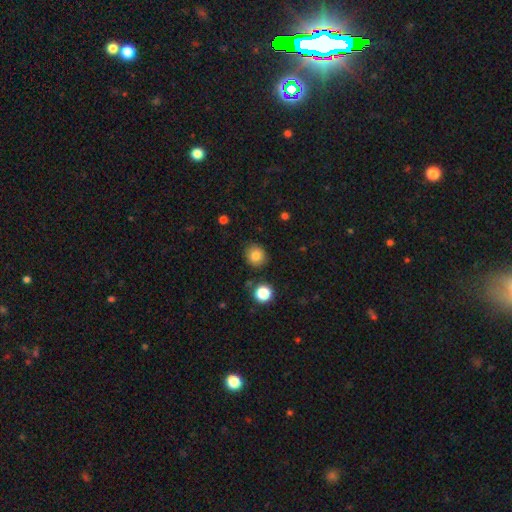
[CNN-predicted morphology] smooth-or-featured: smooth: 84% | star or artifact: 10% | featured or disk: 6%
  how-rounded: round: 80% | in between: 19% | cigar-shaped: 1%
  merging: none: 85% | minor disturbance: 9% | major disturbance: 3% | merger: 3%